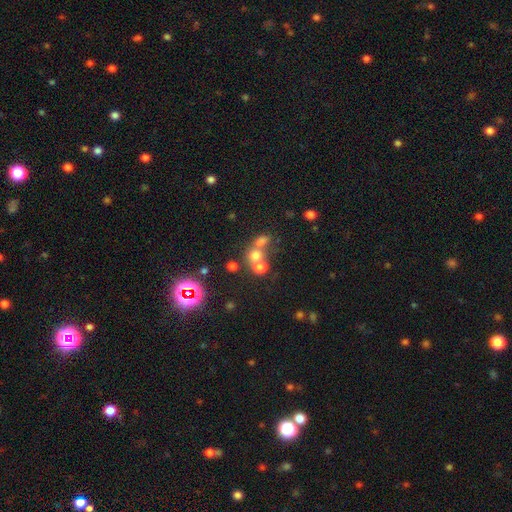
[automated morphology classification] Overall: smooth (61%; star or artifact 24%). How rounded: round (79%). Merging: merger (46%; none 41%).